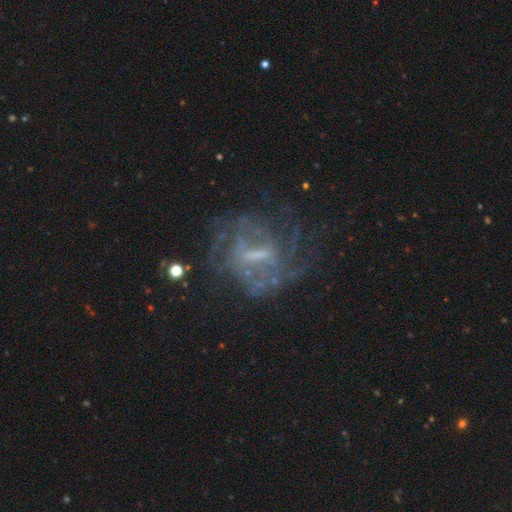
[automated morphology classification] Smooth or featured: featured or disk — 76% (star or artifact — 13%)
Edge-on disk: no — 96% (yes — 4%)
Bar: weak — 48% (strong — 31%)
Spiral arms: yes — 70% (no — 30%)
Spiral winding: medium — 39% (tight — 37%)
Spiral arm count: can't tell — 54% (2 — 16%)
Bulge size: small — 38% (none — 32%)
Merging: none — 56% (major disturbance — 23%)